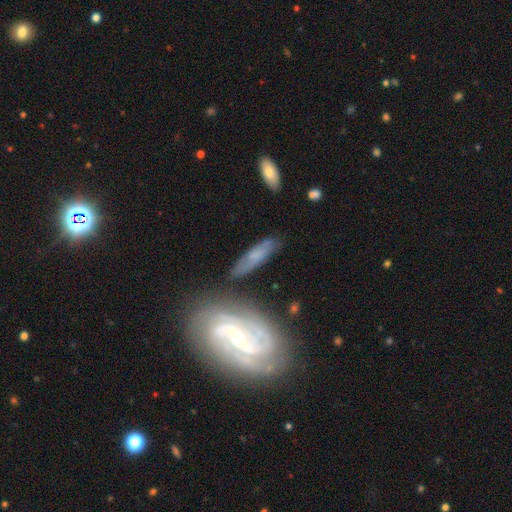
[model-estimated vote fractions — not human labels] This is possibly a featured or disk galaxy (53%). It is likely not viewed edge-on (72%). Merging: likely none (66%).